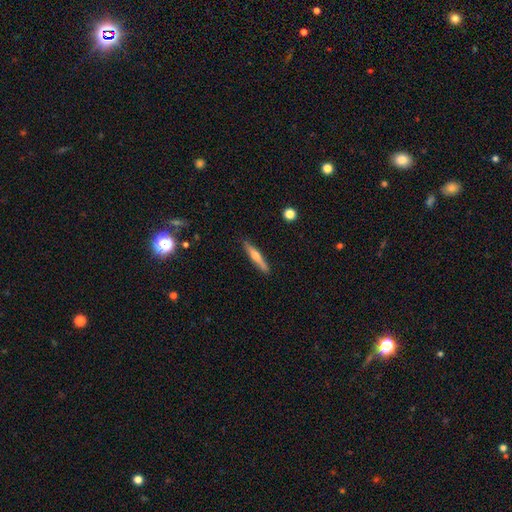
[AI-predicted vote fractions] Overall: featured or disk (52%; smooth 41%). Edge-on disk: yes (96%). Edge-on bulge: rounded (85%). Merging: none (89%).